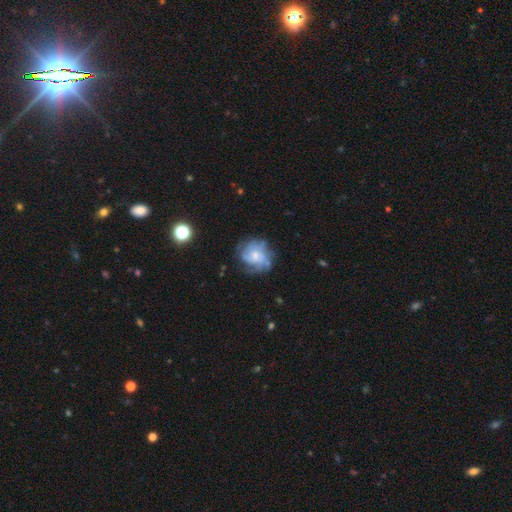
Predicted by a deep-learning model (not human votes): A featured or disk galaxy (60%) with no bar (76%), spiral arms (72%) and a small central bulge (43%). Merging: none (58%).